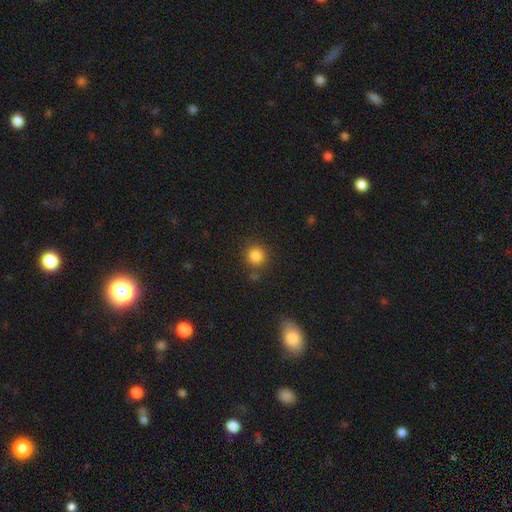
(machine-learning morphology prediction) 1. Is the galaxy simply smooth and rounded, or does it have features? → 84% smooth, 11% star or artifact, 5% featured or disk.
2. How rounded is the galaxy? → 91% round, 8% in between, 1% cigar-shaped.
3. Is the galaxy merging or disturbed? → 81% none, 10% minor disturbance, 5% merger, 3% major disturbance.